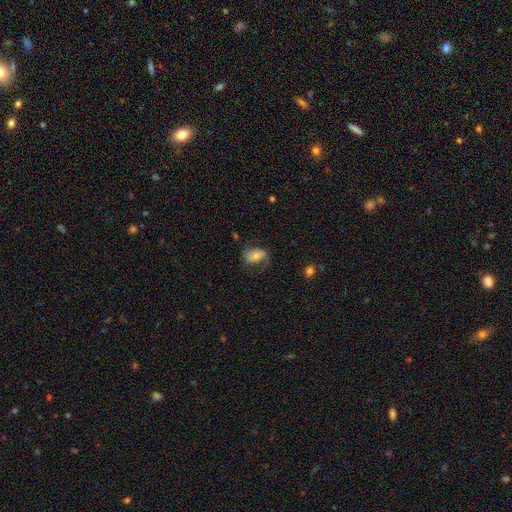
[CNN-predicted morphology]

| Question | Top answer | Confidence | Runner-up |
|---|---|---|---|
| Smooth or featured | featured or disk | 47% | smooth (45%) |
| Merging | none | 54% | minor disturbance (23%) |